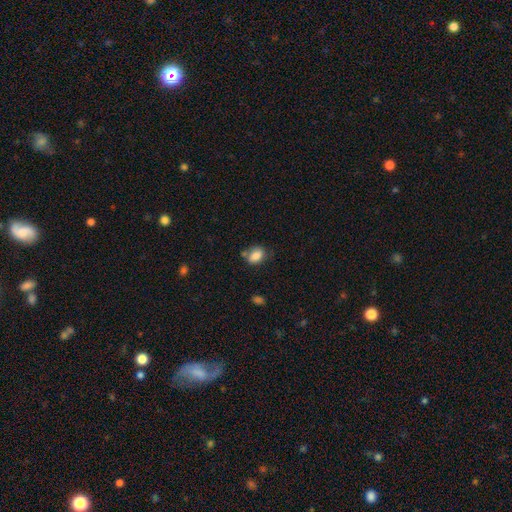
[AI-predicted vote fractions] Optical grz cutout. It shows a smooth galaxy with no disk features (85%) that is in between round and cigar-shaped (71%). Merging: none (60%).